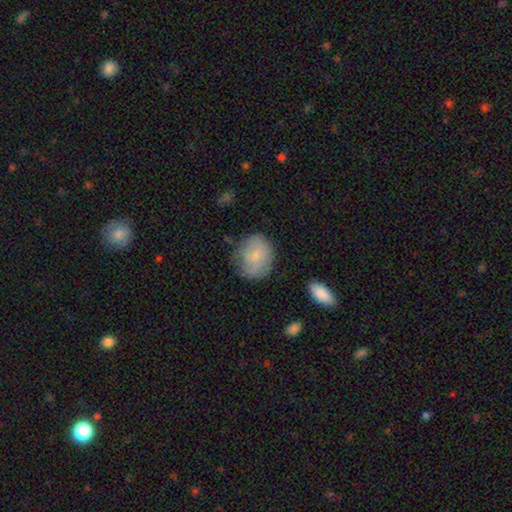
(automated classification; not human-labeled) The model was most divided on "smooth or featured": smooth: 62%, featured or disk: 31%, star or artifact: 7%. More confident: how rounded — round (67%); merging — none (66%).